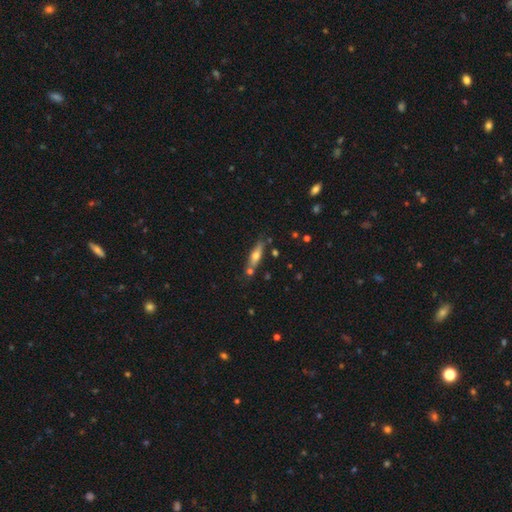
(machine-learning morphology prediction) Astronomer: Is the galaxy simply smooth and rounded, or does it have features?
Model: smooth — 52% (runner-up: featured or disk, 40%).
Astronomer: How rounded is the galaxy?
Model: cigar-shaped — 63%.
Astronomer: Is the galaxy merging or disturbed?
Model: none — 68%.